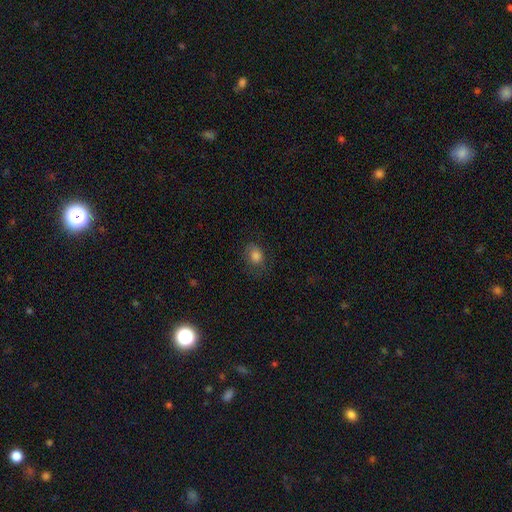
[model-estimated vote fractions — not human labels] Smooth or featured?
  - smooth: 81% *
  - star or artifact: 12%
  - featured or disk: 7%
How rounded?
  - in between: 61% *
  - round: 38%
  - cigar-shaped: 1%
Merging?
  - none: 66% *
  - minor disturbance: 22%
  - major disturbance: 10%
  - merger: 1%